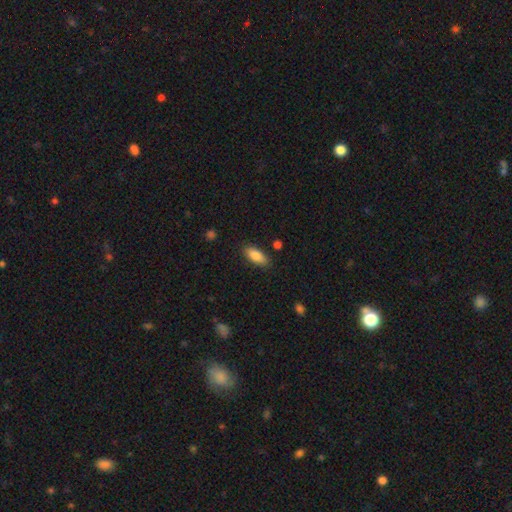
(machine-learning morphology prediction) This is clearly a smooth galaxy (83%). How rounded: clearly in between (80%). Merging: clearly none (85%).